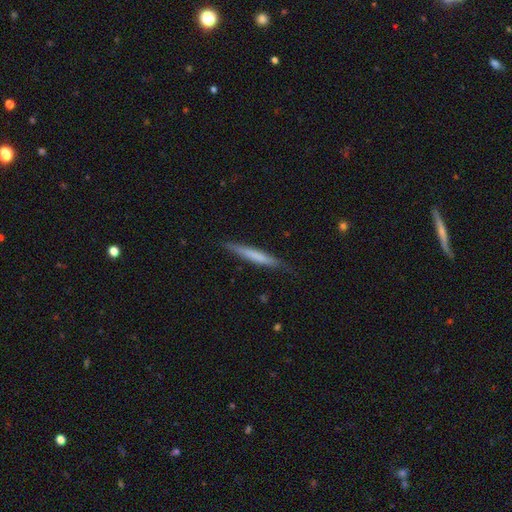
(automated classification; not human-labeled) Overall: smooth (62%; featured or disk 32%). How rounded: cigar-shaped (95%). Merging: none (84%).